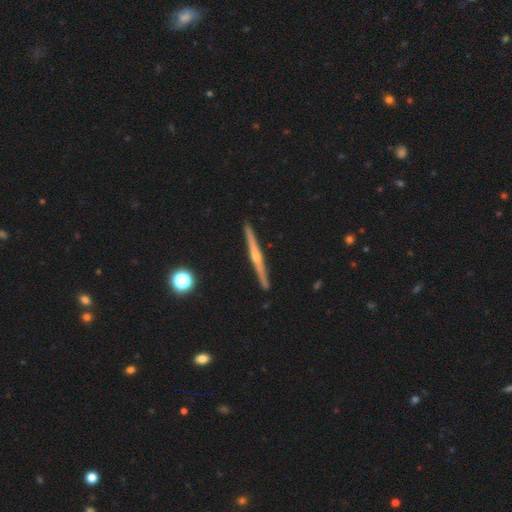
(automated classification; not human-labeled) This is likely a featured or disk galaxy (78%). It is clearly viewed edge-on (98%). Edge-on bulge: likely rounded (78%). Merging: clearly none (92%).